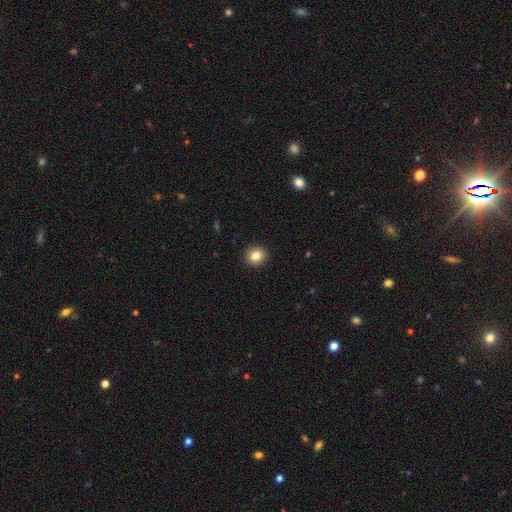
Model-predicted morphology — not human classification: Smooth or featured? Predicted: smooth (p=0.83). How rounded? Predicted: round (p=0.87). Merging? Predicted: none (p=0.93).